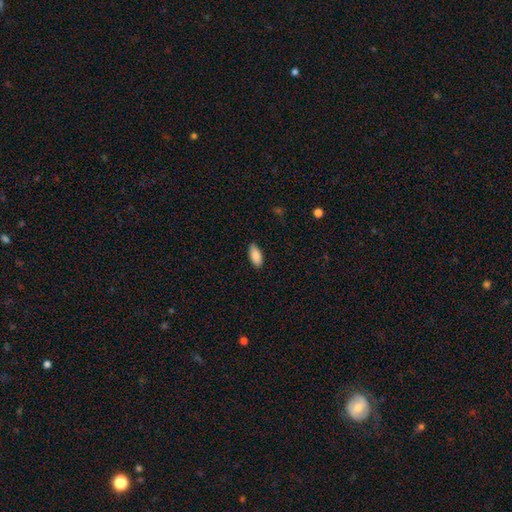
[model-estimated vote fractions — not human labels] smooth 89%, star or artifact 6%, featured or disk 5%. Down the decision tree: how rounded — in between (90%); merging — none (87%).